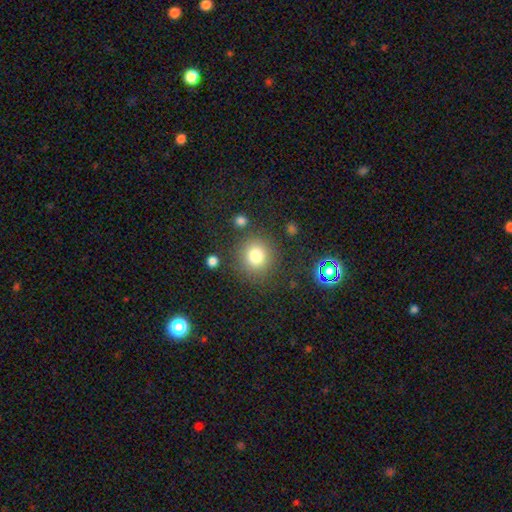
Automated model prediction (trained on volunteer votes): This is likely a smooth galaxy (80%). How rounded: clearly round (91%). Merging: clearly none (83%).